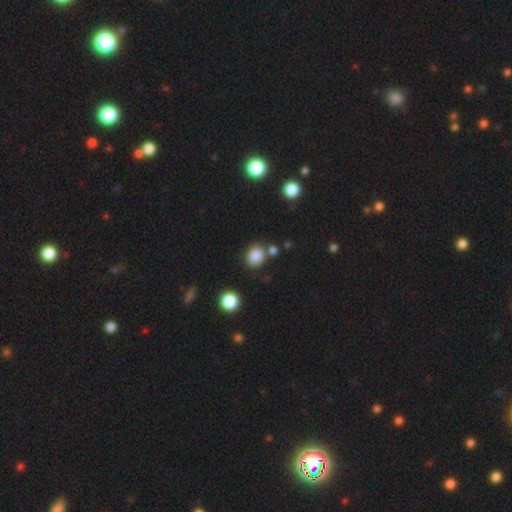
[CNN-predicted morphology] Smooth or featured? Predicted: smooth (p=0.85). How rounded? Predicted: round (p=0.67). Merging? Predicted: none (p=0.72).